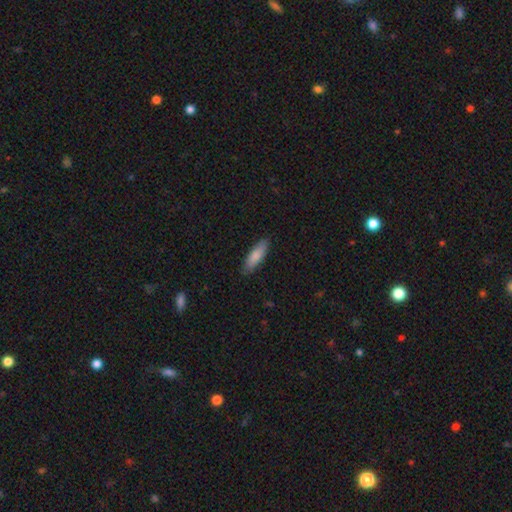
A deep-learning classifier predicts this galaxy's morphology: Q: Smooth or featured?
A: smooth (83%); runner-up: featured or disk (11%)
Q: How rounded?
A: cigar-shaped (51%); runner-up: in between (48%)
Q: Merging?
A: none (86%); runner-up: minor disturbance (11%)